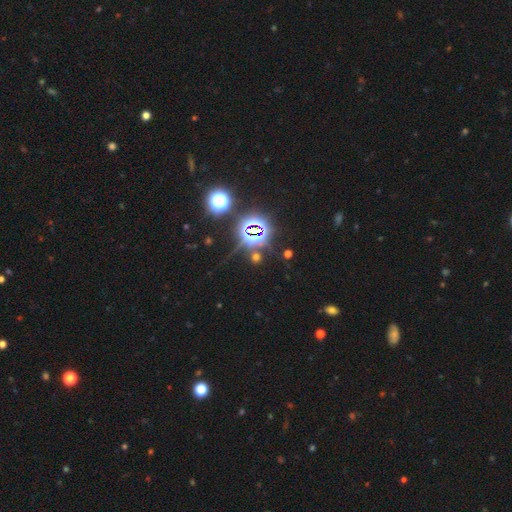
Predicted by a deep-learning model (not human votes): A star or artifact, not a galaxy (78%).